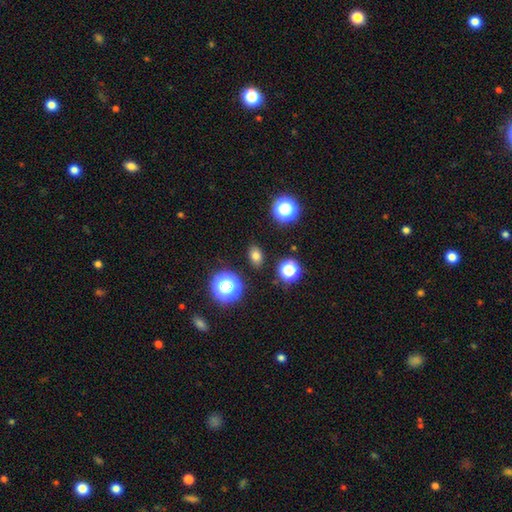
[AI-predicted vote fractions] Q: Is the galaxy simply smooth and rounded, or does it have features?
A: smooth — 75%.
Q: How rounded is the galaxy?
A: in between — 71%.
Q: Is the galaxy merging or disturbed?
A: none — 88%.